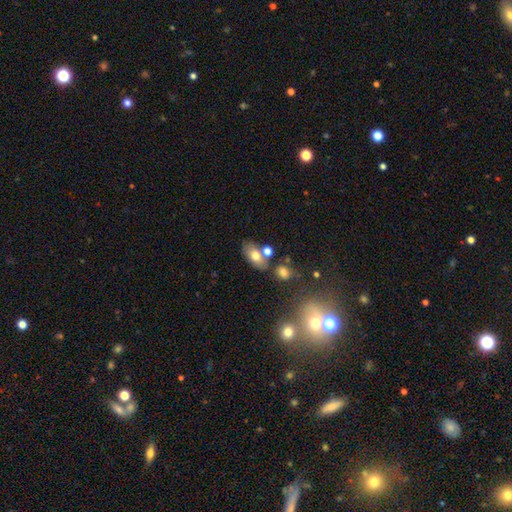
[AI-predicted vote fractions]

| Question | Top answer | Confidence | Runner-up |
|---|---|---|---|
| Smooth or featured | smooth | 73% | featured or disk (17%) |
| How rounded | in between | 89% | round (8%) |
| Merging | none | 62% | merger (20%) |